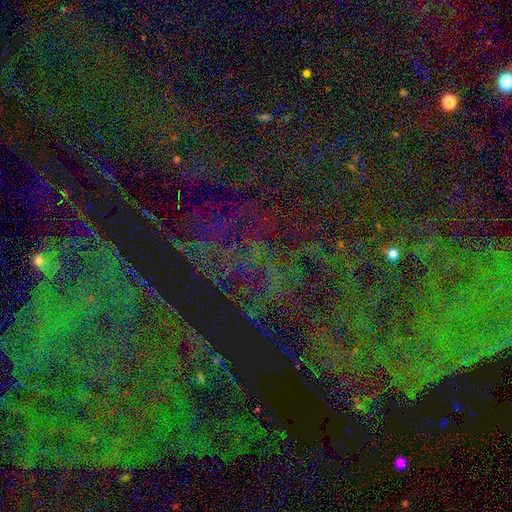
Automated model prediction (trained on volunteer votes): This appears to be a star or artifact, not a galaxy (80%).